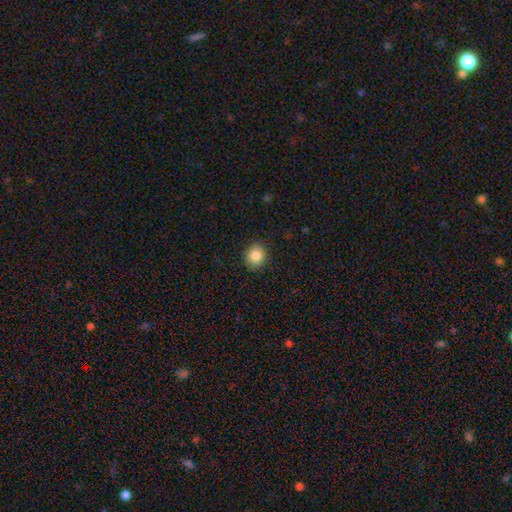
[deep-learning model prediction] A smooth galaxy with no disk features (85%) that is round (78%). Merging: none (90%).